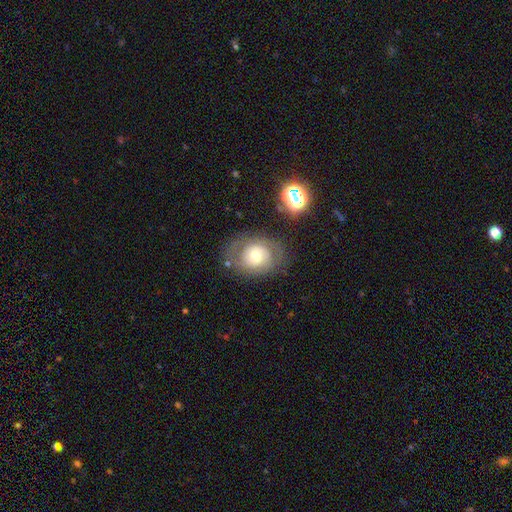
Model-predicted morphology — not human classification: This is possibly a featured or disk galaxy (47%). Merging: likely none (67%).